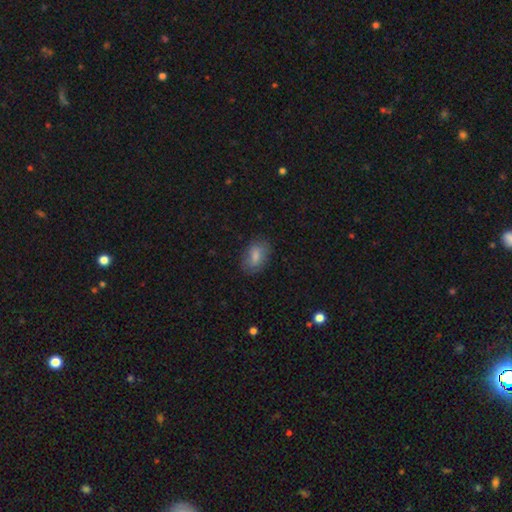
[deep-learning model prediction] smooth-or-featured: smooth: 80% | featured or disk: 13% | star or artifact: 8%
  how-rounded: in between: 89% | round: 8% | cigar-shaped: 3%
  merging: none: 79% | minor disturbance: 16% | major disturbance: 4% | merger: 1%